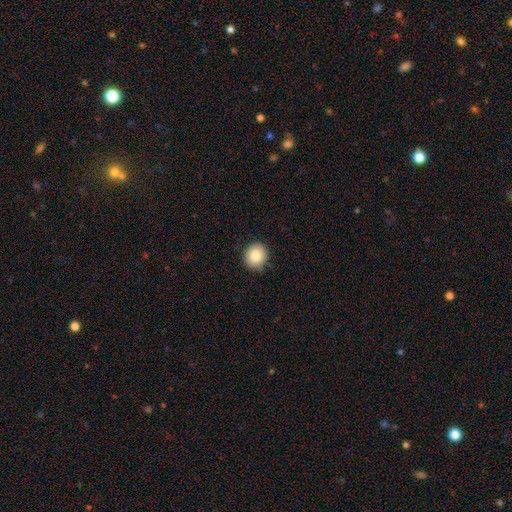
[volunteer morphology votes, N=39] This is clearly a smooth galaxy (85%). How rounded: clearly round (94%). Merging: clearly none (95%).